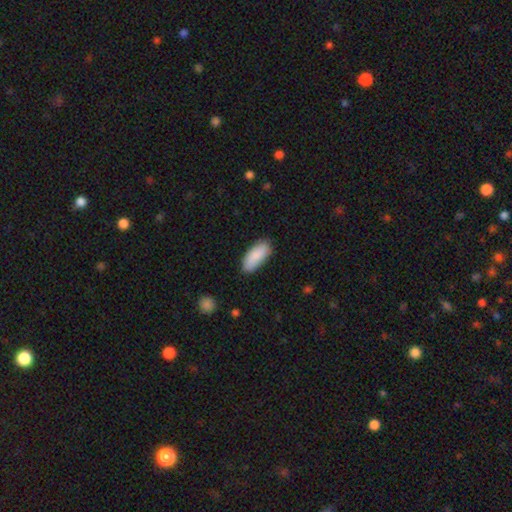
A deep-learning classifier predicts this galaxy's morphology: smooth_or_featured: smooth (p=0.89) [alt: featured or disk p=0.06]
how_rounded: in between (p=0.83) [alt: cigar-shaped p=0.15]
merging: none (p=0.81) [alt: minor disturbance p=0.15]